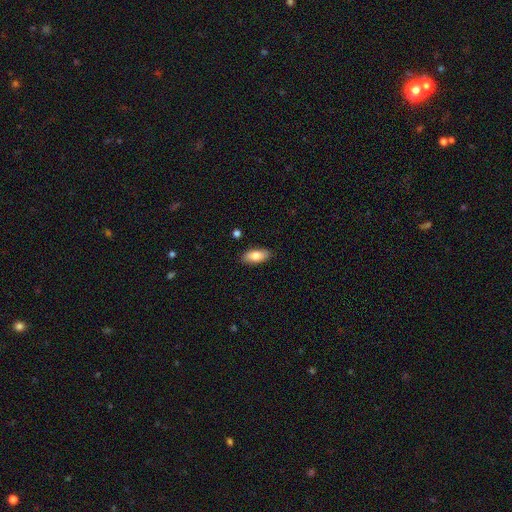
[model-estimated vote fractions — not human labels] This is clearly a smooth galaxy (81%). How rounded: clearly in between (88%). Merging: clearly none (88%).